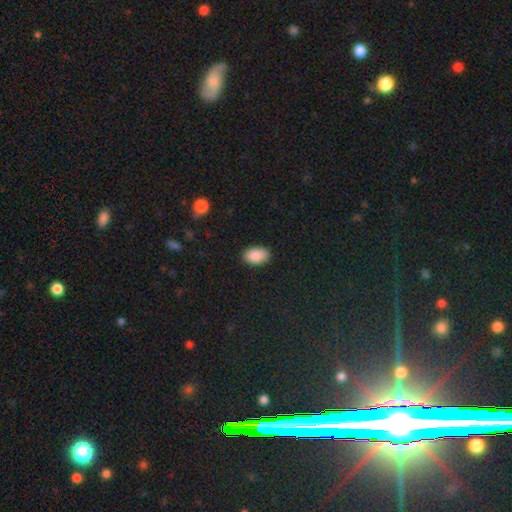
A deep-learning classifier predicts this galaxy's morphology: Smooth or featured? Predicted: smooth (p=0.89). How rounded? Predicted: in between (p=0.92). Merging? Predicted: none (p=0.88).